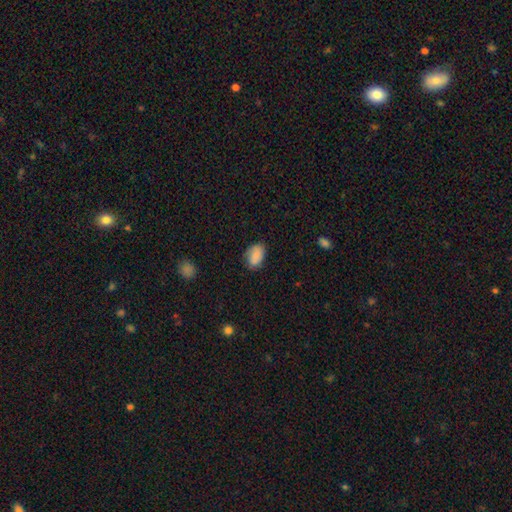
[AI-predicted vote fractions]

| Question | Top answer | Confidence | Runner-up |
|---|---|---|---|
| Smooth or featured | smooth | 79% | featured or disk (13%) |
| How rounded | in between | 87% | round (11%) |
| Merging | none | 69% | minor disturbance (23%) |